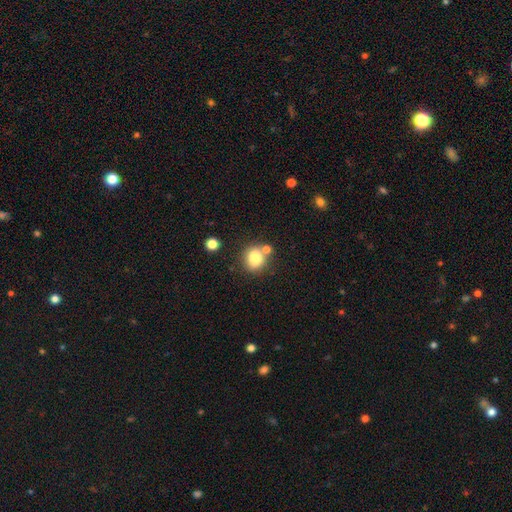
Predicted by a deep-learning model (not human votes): Smooth or featured? smooth (82%)
How rounded? round (66%)
Merging? none (63%)